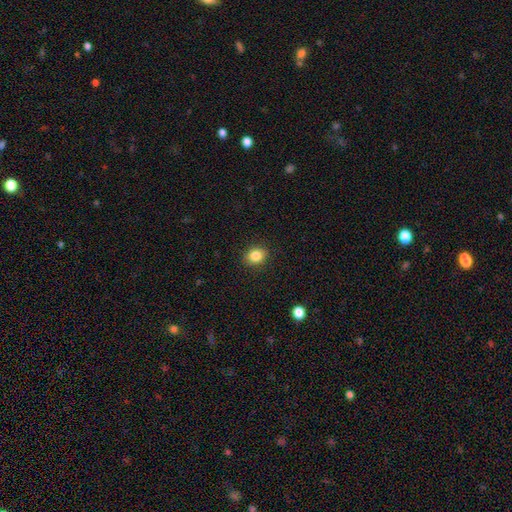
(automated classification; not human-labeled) Morphology: type=smooth (85%); roundness=round (59%); merging=none (90%).